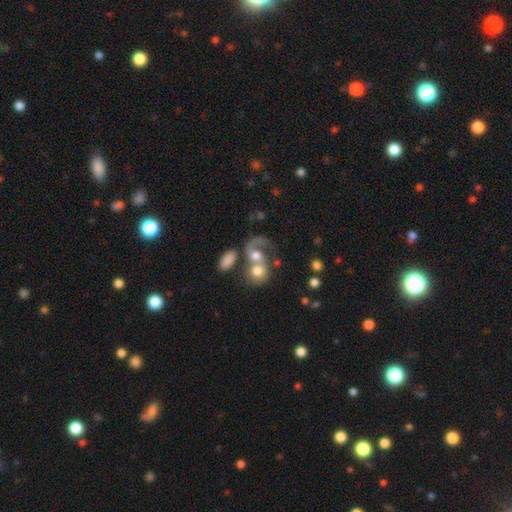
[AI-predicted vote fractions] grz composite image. It shows a featured or disk galaxy (48%). Merging: merger (64%).